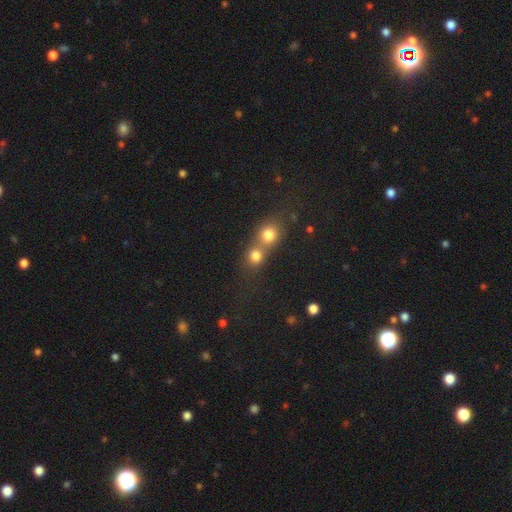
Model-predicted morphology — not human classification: This is likely a smooth galaxy (77%). How rounded: clearly round (83%). Merging: possibly merger (58%).